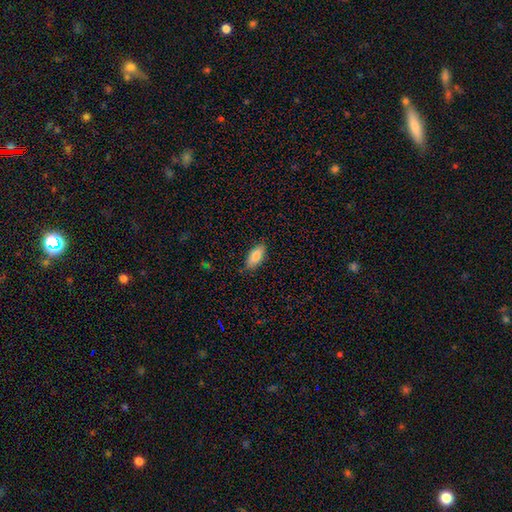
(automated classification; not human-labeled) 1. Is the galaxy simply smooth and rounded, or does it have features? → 81% smooth, 13% featured or disk, 6% star or artifact.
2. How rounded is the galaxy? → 84% in between, 14% cigar-shaped, 2% round.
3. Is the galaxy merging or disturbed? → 84% none, 13% minor disturbance, 2% major disturbance, 1% merger.